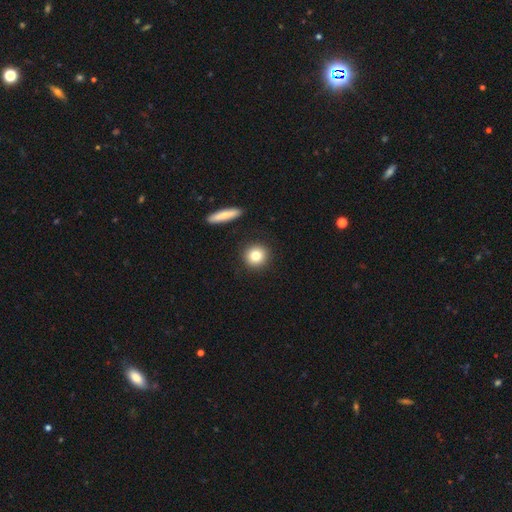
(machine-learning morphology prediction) Q: Smooth or featured?
A: smooth (81%); runner-up: featured or disk (10%)
Q: How rounded?
A: round (90%); runner-up: in between (8%)
Q: Merging?
A: none (90%); runner-up: minor disturbance (6%)